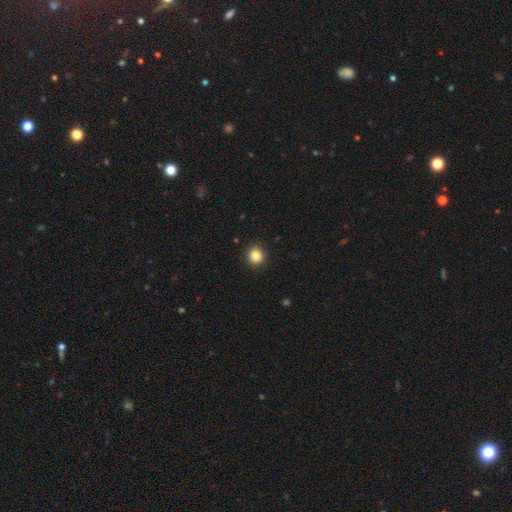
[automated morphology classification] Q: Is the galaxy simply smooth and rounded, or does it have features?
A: smooth — 87%.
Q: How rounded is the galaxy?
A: round — 85%.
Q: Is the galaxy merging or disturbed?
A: none — 90%.